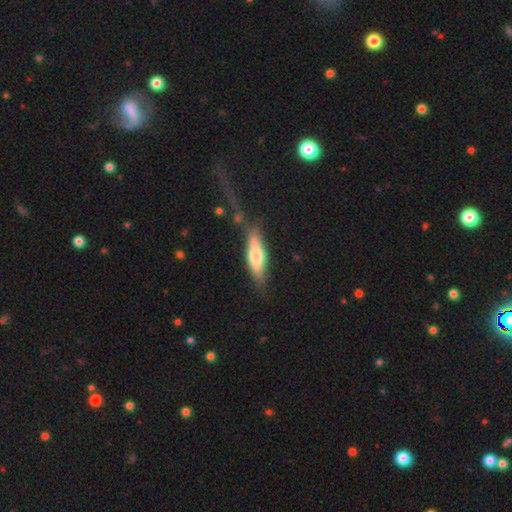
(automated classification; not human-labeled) Smooth or featured?
  - smooth: 56% *
  - featured or disk: 38%
  - star or artifact: 6%
How rounded?
  - cigar-shaped: 56% *
  - in between: 42%
  - round: 2%
Merging?
  - none: 63% *
  - minor disturbance: 20%
  - major disturbance: 10%
  - merger: 7%